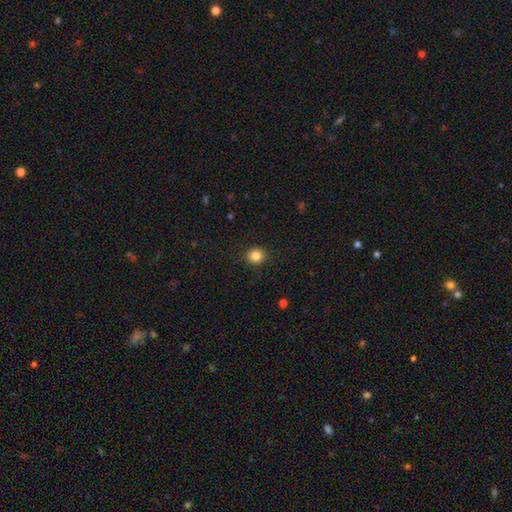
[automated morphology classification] A smooth galaxy with no disk features (85%) that is round (88%).

Vote fractions:
- Smooth or featured? smooth: 85% / star or artifact: 11% / featured or disk: 4%
- How rounded? round: 88% / in between: 11% / cigar-shaped: 1%
- Merging? none: 89% / minor disturbance: 7% / major disturbance: 2% / merger: 1%